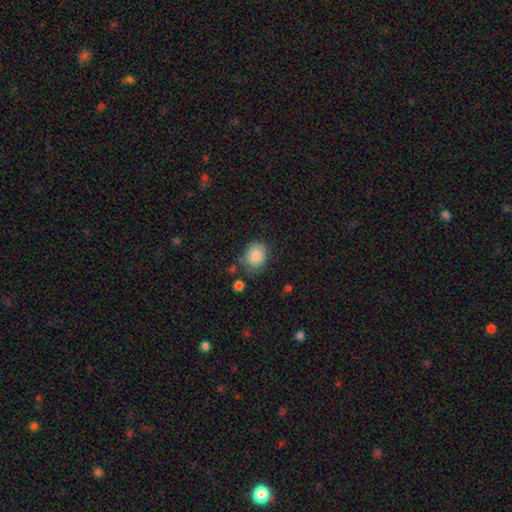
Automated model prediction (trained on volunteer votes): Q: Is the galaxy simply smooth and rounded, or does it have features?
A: smooth — 87%.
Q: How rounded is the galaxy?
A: round — 61%.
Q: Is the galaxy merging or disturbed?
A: none — 73%.